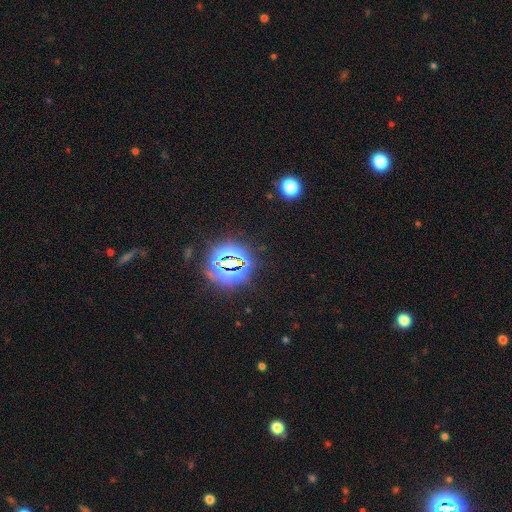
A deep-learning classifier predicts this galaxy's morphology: Smooth or featured?
  - star or artifact: 84% *
  - smooth: 10%
  - featured or disk: 6%